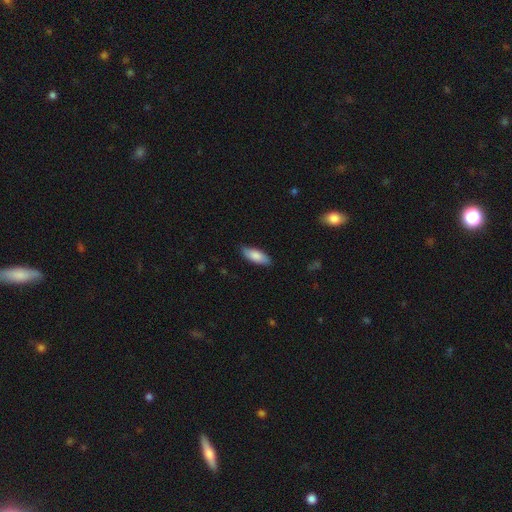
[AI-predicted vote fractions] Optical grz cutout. It shows a smooth galaxy with no disk features (84%) that is in between round and cigar-shaped (76%). Merging: none (84%).